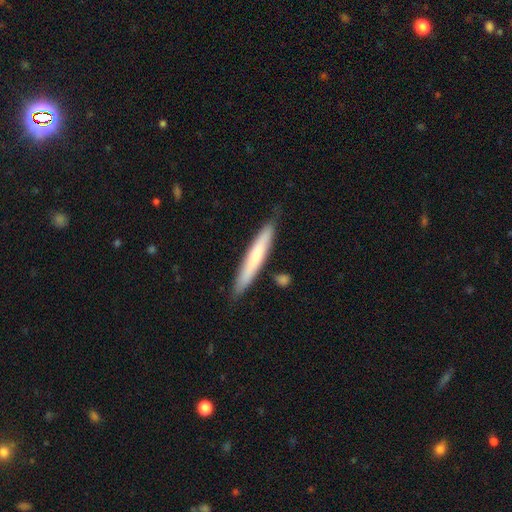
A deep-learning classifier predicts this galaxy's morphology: smooth_or_featured: smooth (p=0.52) [alt: featured or disk p=0.41]
how_rounded: cigar-shaped (p=0.94) [alt: in between p=0.05]
merging: none (p=0.87) [alt: minor disturbance p=0.10]